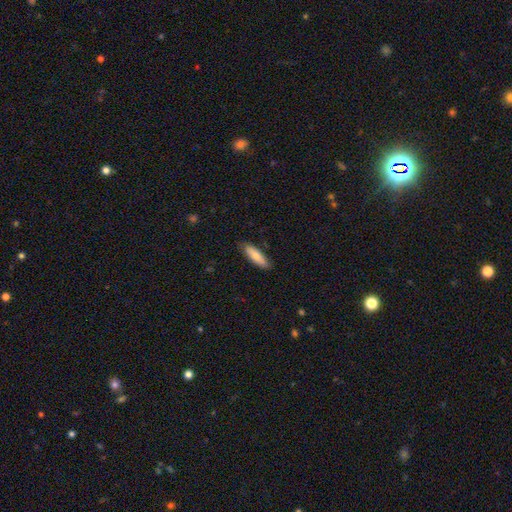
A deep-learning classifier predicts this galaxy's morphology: This appears to be a smooth galaxy with no disk features (78%) that is cigar-shaped (61%). Merging: none (85%).